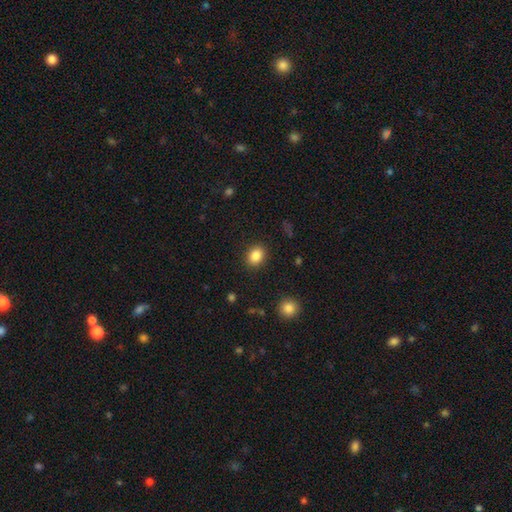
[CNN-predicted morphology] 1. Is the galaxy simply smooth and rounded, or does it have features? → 85% smooth, 10% star or artifact, 5% featured or disk.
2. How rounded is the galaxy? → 51% round, 48% in between, 1% cigar-shaped.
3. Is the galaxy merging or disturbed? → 89% none, 7% minor disturbance, 2% major disturbance, 1% merger.